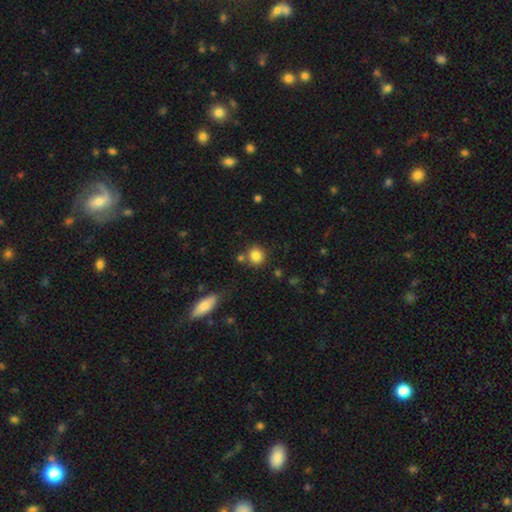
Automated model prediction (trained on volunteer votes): This is clearly a smooth galaxy (84%). How rounded: clearly round (85%). Merging: likely none (76%).